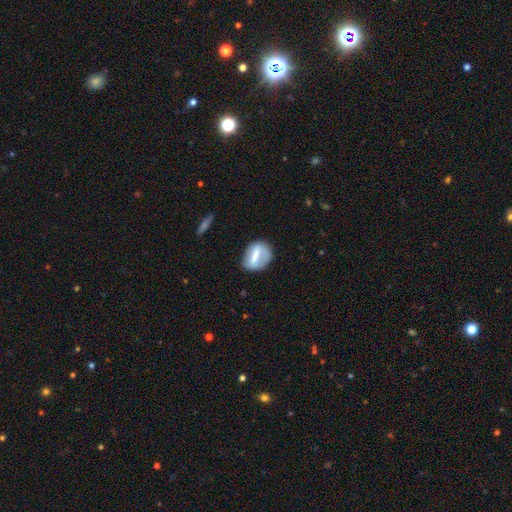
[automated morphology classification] This appears to be a smooth galaxy with no disk features (55%) that is in between round and cigar-shaped (61%). Merging: none (65%).